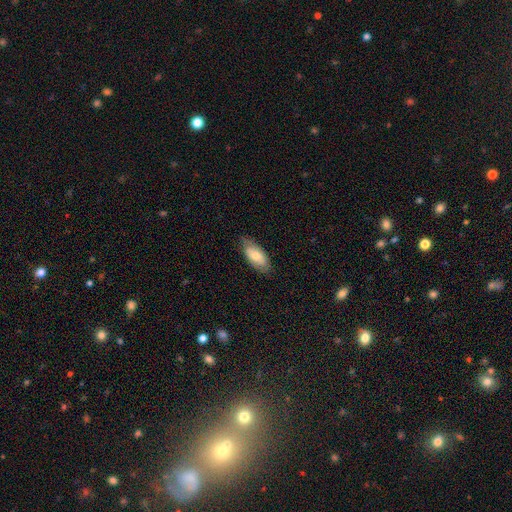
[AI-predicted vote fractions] Q: Smooth or featured?
A: smooth (68%); runner-up: featured or disk (26%)
Q: How rounded?
A: in between (89%); runner-up: cigar-shaped (9%)
Q: Merging?
A: none (78%); runner-up: minor disturbance (17%)